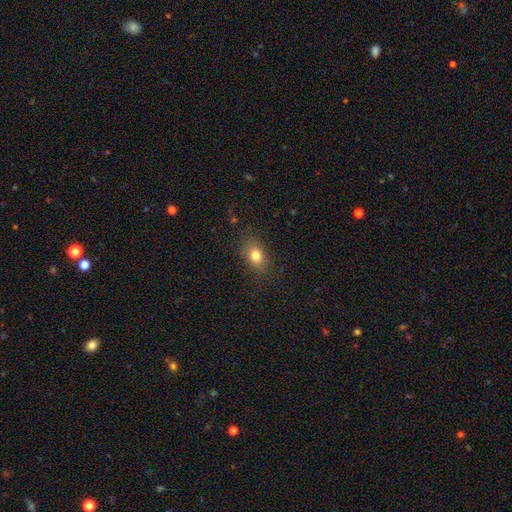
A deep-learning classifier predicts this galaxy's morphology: A smooth galaxy with no disk features (79%) that is in between round and cigar-shaped (70%). Merging: none (81%).